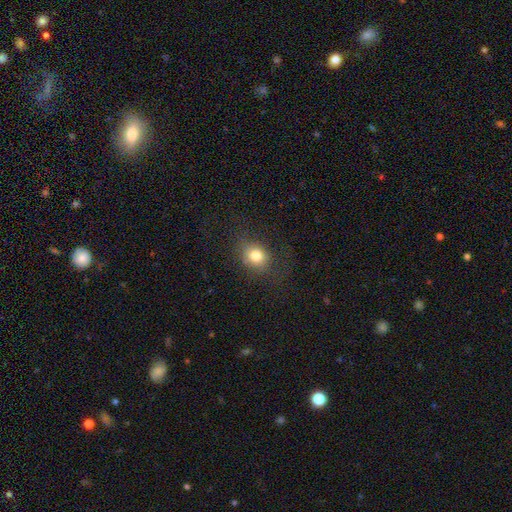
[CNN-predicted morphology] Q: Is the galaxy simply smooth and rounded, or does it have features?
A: smooth — 79%.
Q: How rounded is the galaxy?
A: round — 63%.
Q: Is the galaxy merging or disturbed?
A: none — 74%.